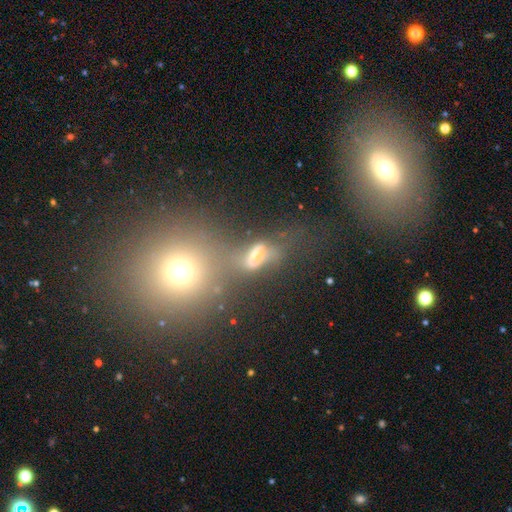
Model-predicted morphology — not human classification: Smooth or featured: featured or disk — 44% (smooth — 36%)
Merging: none — 34% (merger — 27%)